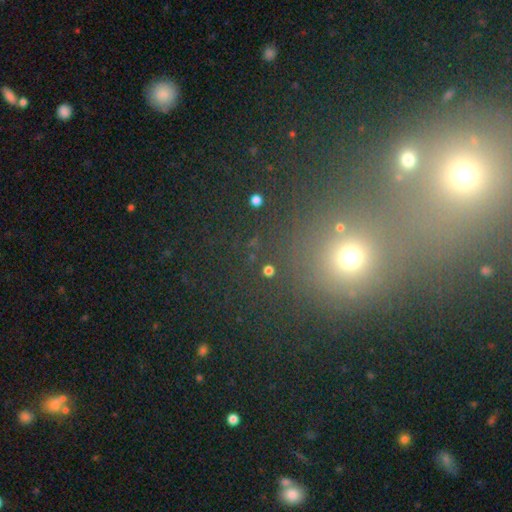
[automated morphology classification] smooth-or-featured: star or artifact: 47% | smooth: 44% | featured or disk: 9%